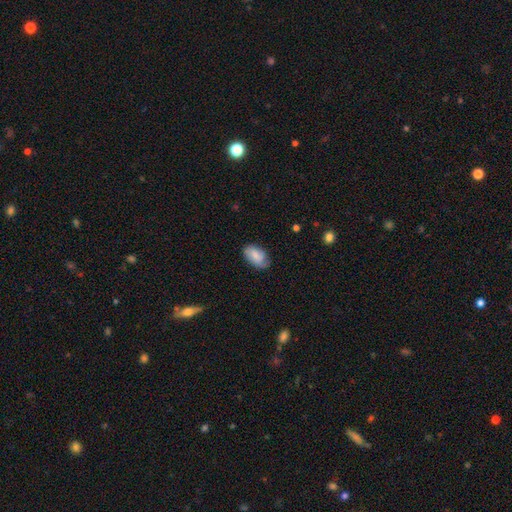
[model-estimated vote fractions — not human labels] This is likely a smooth galaxy (73%). How rounded: clearly in between (92%). Merging: likely none (67%).